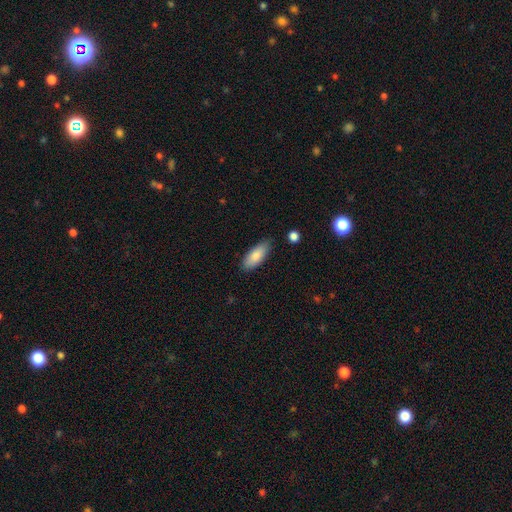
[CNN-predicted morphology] Smooth or featured? smooth (83%)
How rounded? in between (78%)
Merging? none (83%)